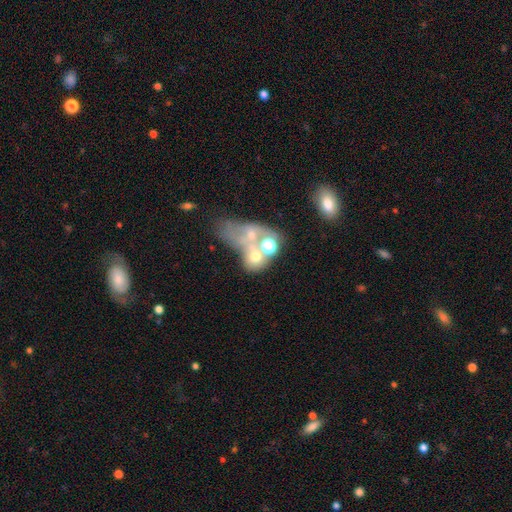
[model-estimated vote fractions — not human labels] smooth_or_featured: smooth (p=0.46) [alt: featured or disk p=0.34]
merging: merger (p=0.52) [alt: major disturbance p=0.20]